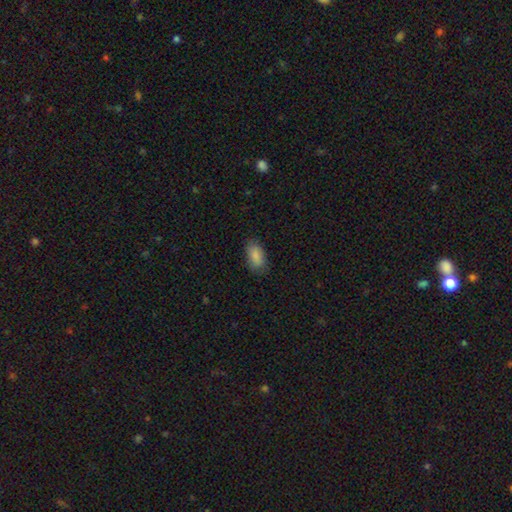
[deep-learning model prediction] Overall: smooth (88%). How rounded: in between (92%). Merging: none (80%).